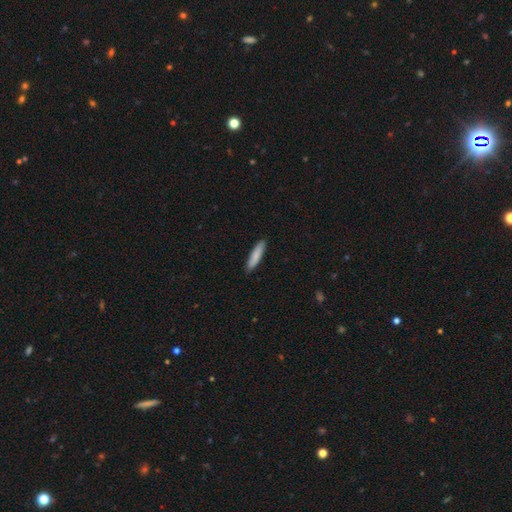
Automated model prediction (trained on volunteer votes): Q: Smooth or featured?
A: smooth (84%); runner-up: featured or disk (10%)
Q: How rounded?
A: cigar-shaped (82%); runner-up: in between (17%)
Q: Merging?
A: none (89%); runner-up: minor disturbance (9%)